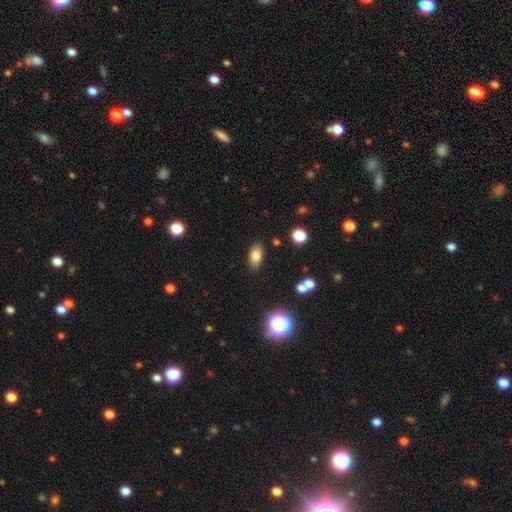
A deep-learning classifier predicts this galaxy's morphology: Smooth or featured?
  - smooth: 81% *
  - star or artifact: 10%
  - featured or disk: 8%
How rounded?
  - in between: 88% *
  - round: 7%
  - cigar-shaped: 5%
Merging?
  - none: 85% *
  - minor disturbance: 10%
  - major disturbance: 3%
  - merger: 2%